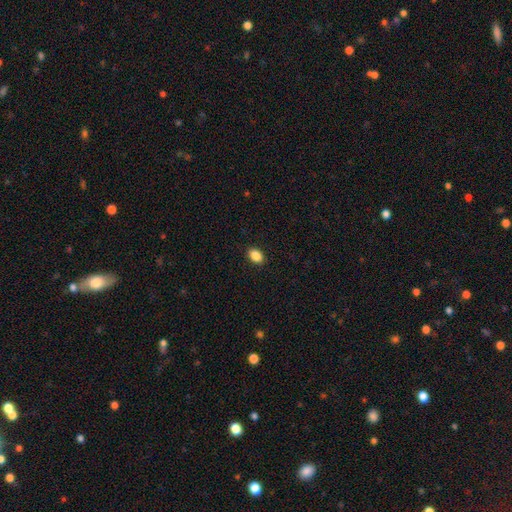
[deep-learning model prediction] Overall: smooth (88%). How rounded: in between (83%). Merging: none (90%).